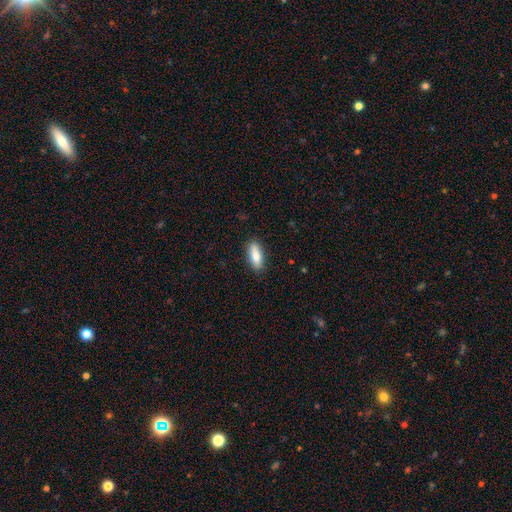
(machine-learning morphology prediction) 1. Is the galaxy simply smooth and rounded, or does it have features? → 79% smooth, 14% featured or disk, 6% star or artifact.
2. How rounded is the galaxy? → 70% in between, 28% cigar-shaped, 2% round.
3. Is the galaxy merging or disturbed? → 87% none, 10% minor disturbance, 2% major disturbance, 1% merger.